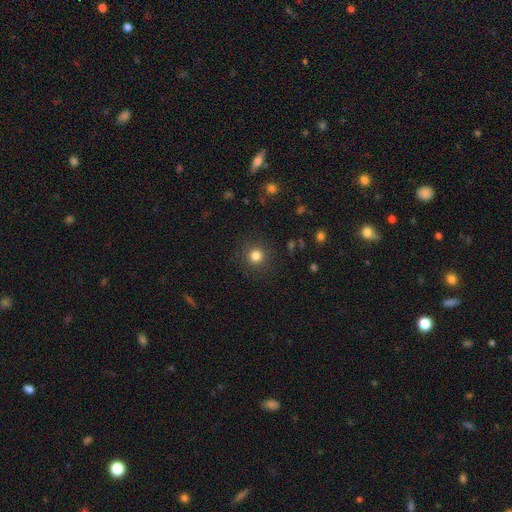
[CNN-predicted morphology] Smooth or featured? Predicted: smooth (p=0.82). How rounded? Predicted: round (p=0.94). Merging? Predicted: none (p=0.90).